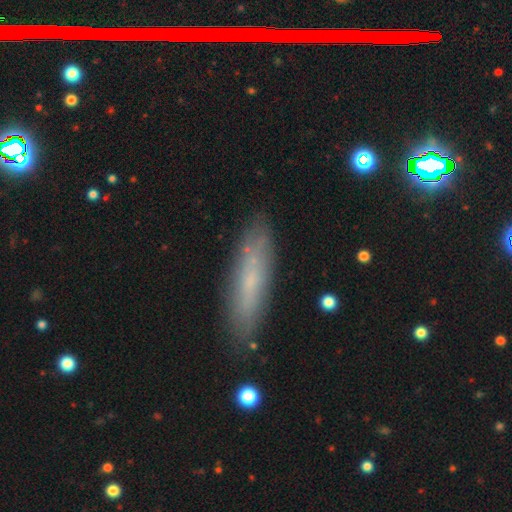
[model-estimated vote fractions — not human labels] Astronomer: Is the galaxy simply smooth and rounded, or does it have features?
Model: smooth — 60%.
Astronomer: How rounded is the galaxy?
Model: cigar-shaped — 70%.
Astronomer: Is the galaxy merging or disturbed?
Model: none — 81%.